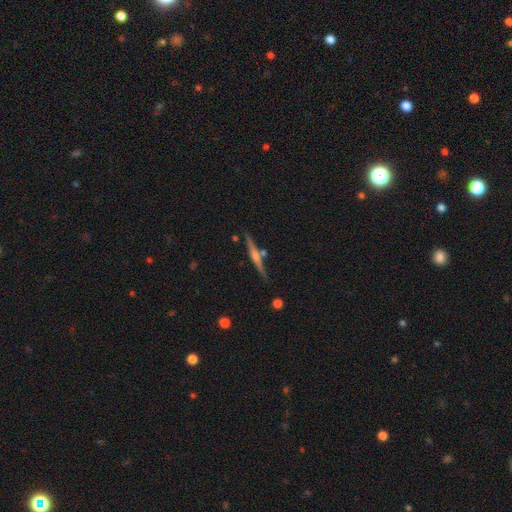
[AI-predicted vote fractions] Smooth or featured? featured or disk (68%)
Edge-on disk? yes (98%)
Edge-on bulge? rounded (66%)
Merging? none (82%)